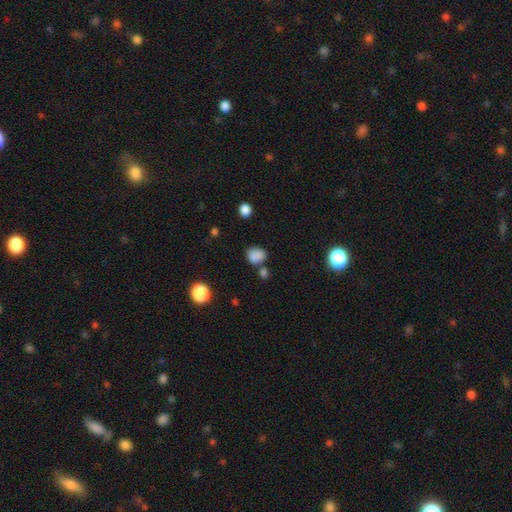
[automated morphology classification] smooth 82%, star or artifact 12%, featured or disk 6%. Down the decision tree: how rounded — in between (56%); merging — none (58%).